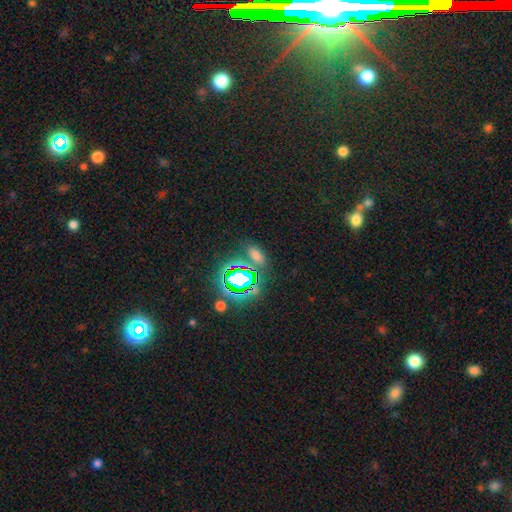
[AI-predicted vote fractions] Smooth or featured? Predicted: smooth (p=0.49). Merging? Predicted: none (p=0.74).